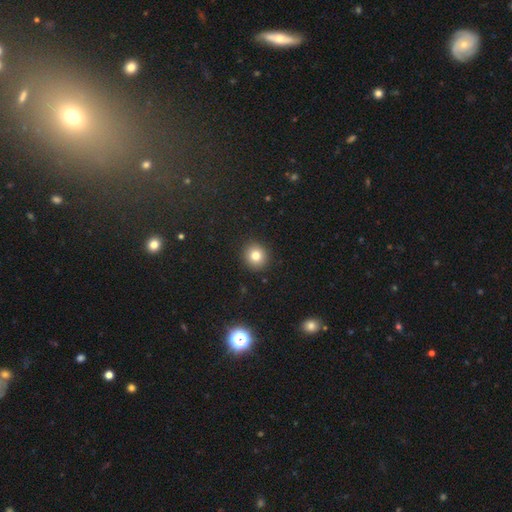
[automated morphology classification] Smooth or featured: smooth — 80% (star or artifact — 12%)
How rounded: round — 90% (in between — 9%)
Merging: none — 92% (minor disturbance — 5%)